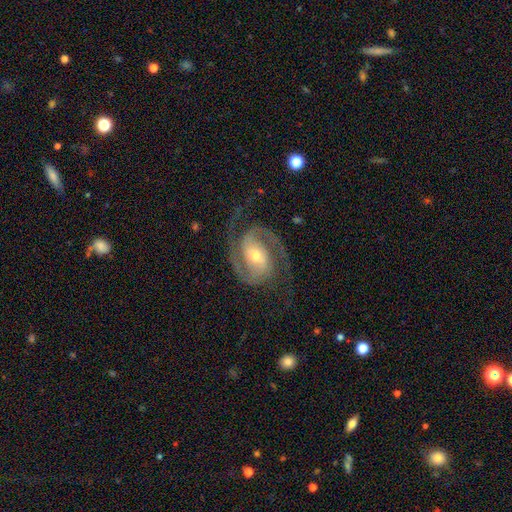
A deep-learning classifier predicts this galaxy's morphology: Smooth or featured?
  - featured or disk: 93% *
  - star or artifact: 4%
  - smooth: 3%
Edge-on disk?
  - no: 98% *
  - yes: 2%
Bar?
  - weak: 39% *
  - no: 36%
  - strong: 25%
Spiral arms?
  - yes: 98% *
  - no: 2%
Spiral winding?
  - medium: 57% *
  - tight: 32%
  - loose: 11%
Spiral arm count?
  - 2: 93% *
  - 3: 2%
  - can't tell: 2%
  - 1: 1%
  - 4: 1%
  - more than 4: 1%
Bulge size?
  - moderate: 49% *
  - small: 46%
  - large: 3%
  - none: 1%
  - dominant: 1%
Merging?
  - none: 78% *
  - minor disturbance: 13%
  - major disturbance: 8%
  - merger: 1%